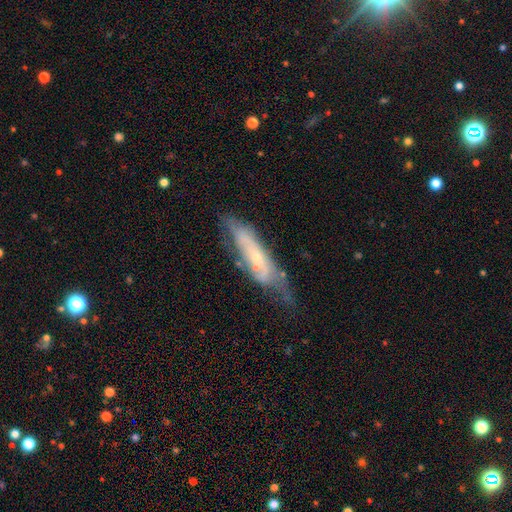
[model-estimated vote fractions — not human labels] smooth_or_featured: featured or disk (p=0.66) [alt: smooth p=0.27]
disk_edge_on: no (p=0.64) [alt: yes p=0.36]
merging: none (p=0.47) [alt: minor disturbance p=0.31]